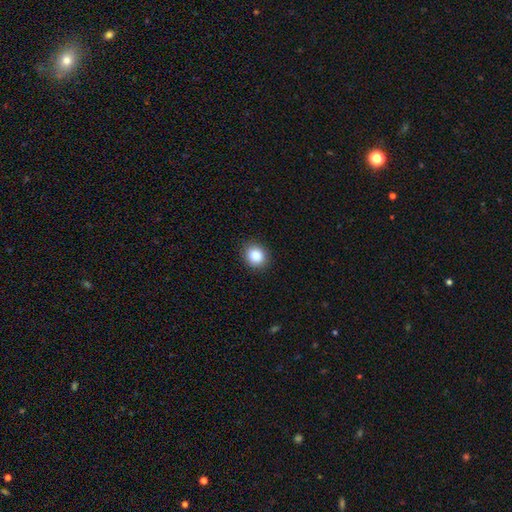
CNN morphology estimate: Smooth or featured?
  - smooth: 88% *
  - star or artifact: 9%
  - featured or disk: 3%
How rounded?
  - round: 73% *
  - in between: 26%
  - cigar-shaped: 1%
Merging?
  - none: 90% *
  - minor disturbance: 7%
  - major disturbance: 2%
  - merger: 1%